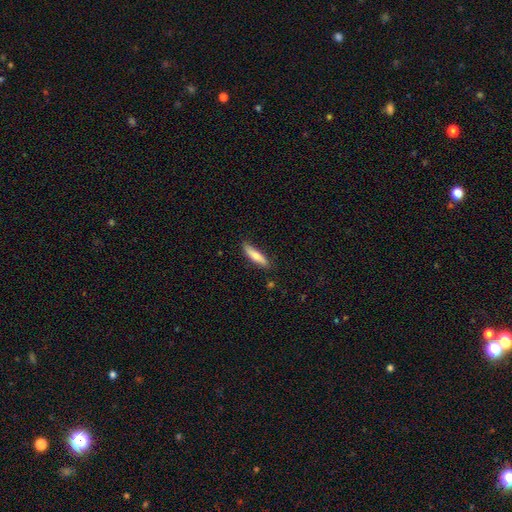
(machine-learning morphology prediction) A smooth galaxy with no disk features (73%) that is cigar-shaped (76%). Merging: none (84%).